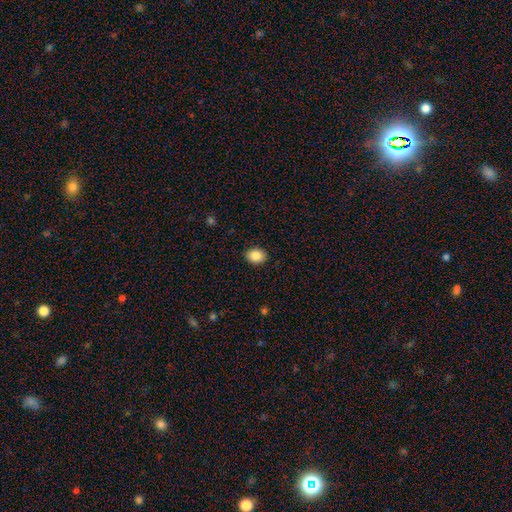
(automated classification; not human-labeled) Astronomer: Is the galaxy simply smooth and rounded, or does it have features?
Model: smooth — 86%.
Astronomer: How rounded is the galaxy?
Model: in between — 60% (runner-up: round, 39%).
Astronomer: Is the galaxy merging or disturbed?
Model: none — 91%.